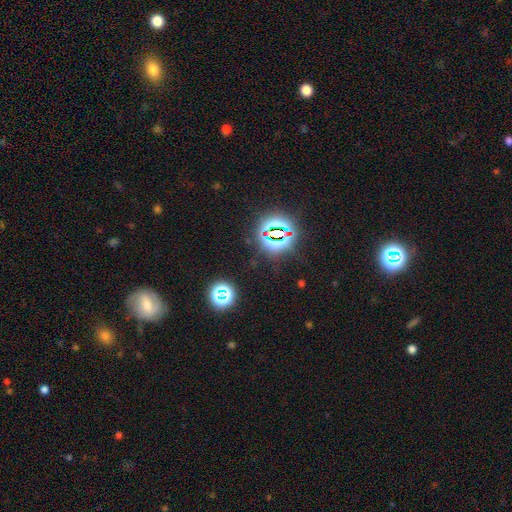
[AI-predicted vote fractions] Smooth or featured? Predicted: star or artifact (p=0.76).